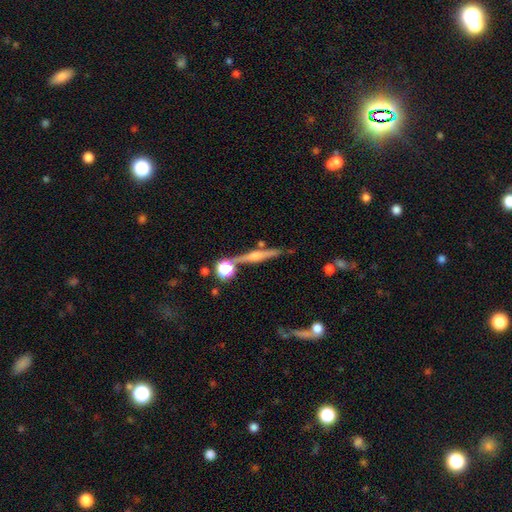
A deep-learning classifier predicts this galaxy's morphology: type=featured or disk (73%); edge-on=yes (97%); edge-on bulge=rounded (81%); merging=none (81%).